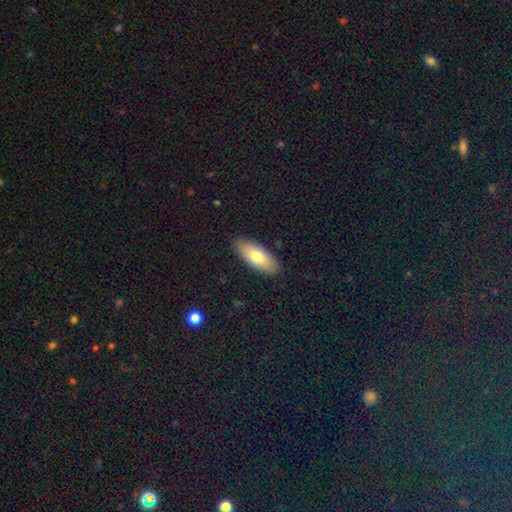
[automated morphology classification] A smooth galaxy with no disk features (74%) that is in between round and cigar-shaped (81%).

Vote fractions:
- Smooth or featured? smooth: 74% / featured or disk: 19% / star or artifact: 6%
- How rounded? in between: 81% / cigar-shaped: 17% / round: 2%
- Merging? none: 88% / minor disturbance: 9% / major disturbance: 2% / merger: 1%